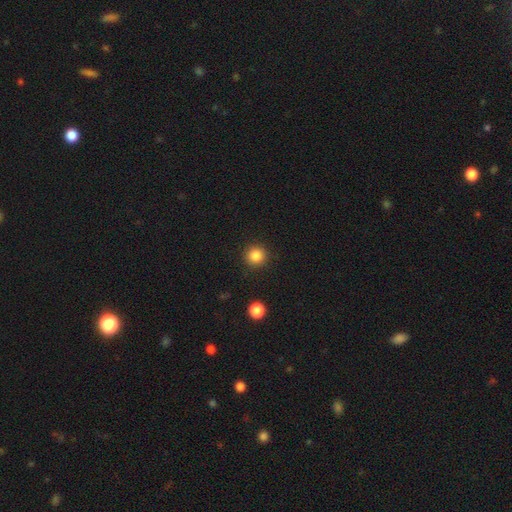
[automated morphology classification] Overall: smooth (84%). How rounded: round (95%). Merging: none (91%).